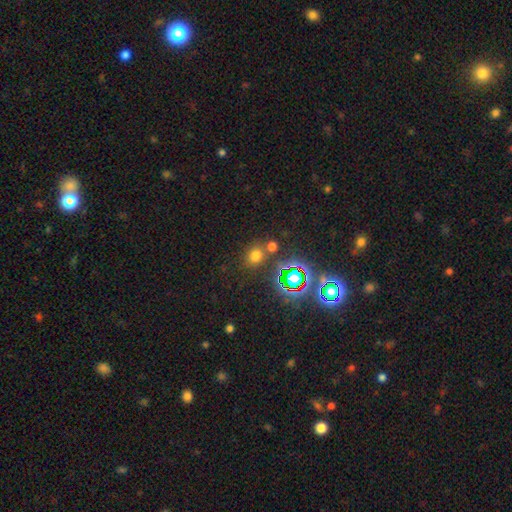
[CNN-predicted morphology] smooth_or_featured: smooth (p=0.64) [alt: star or artifact p=0.29]
how_rounded: round (p=0.69) [alt: in between p=0.30]
merging: none (p=0.74) [alt: merger p=0.13]